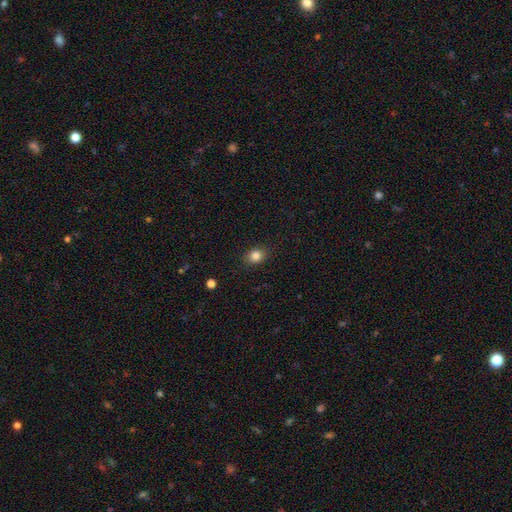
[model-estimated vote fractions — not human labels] Morphology: type=smooth (84%); roundness=in between (50%); merging=none (87%).